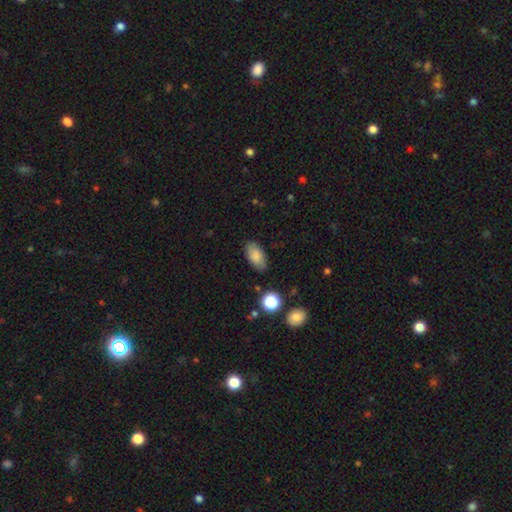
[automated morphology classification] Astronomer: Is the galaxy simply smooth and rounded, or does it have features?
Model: smooth — 84%.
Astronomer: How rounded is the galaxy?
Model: in between — 91%.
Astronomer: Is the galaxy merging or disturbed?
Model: none — 84%.